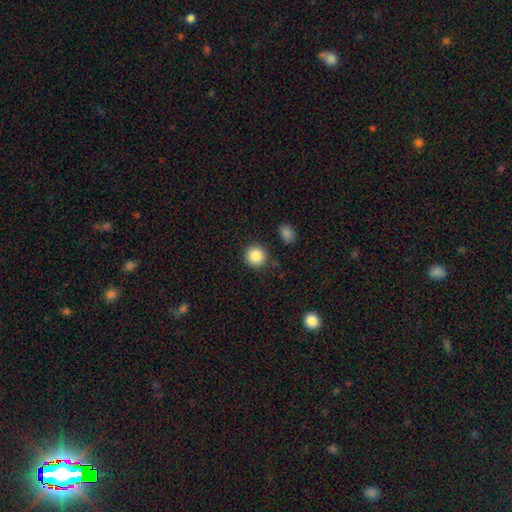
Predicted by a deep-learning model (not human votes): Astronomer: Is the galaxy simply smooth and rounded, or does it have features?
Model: smooth — 87%.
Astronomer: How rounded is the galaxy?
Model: round — 93%.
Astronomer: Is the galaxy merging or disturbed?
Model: none — 88%.